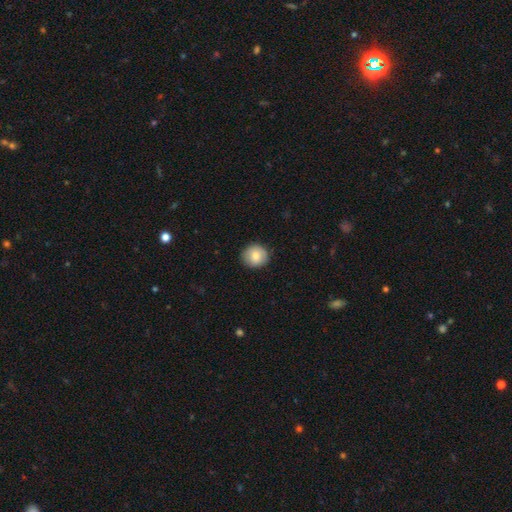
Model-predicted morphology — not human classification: Smooth or featured?
  - smooth: 80% *
  - featured or disk: 12%
  - star or artifact: 8%
How rounded?
  - round: 90% *
  - in between: 9%
  - cigar-shaped: 1%
Merging?
  - none: 88% *
  - minor disturbance: 10%
  - major disturbance: 2%
  - merger: 1%